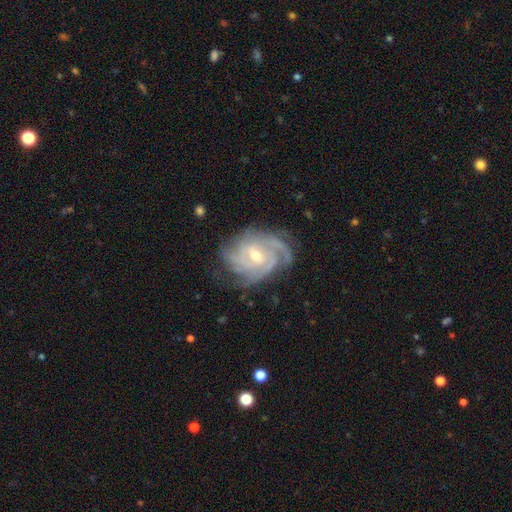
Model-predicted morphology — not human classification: A featured or disk galaxy (90%) with no bar (45%), 3 (30%) tight (66%) spiral arms (98%) and a small central bulge (52%). Merging: none (72%).